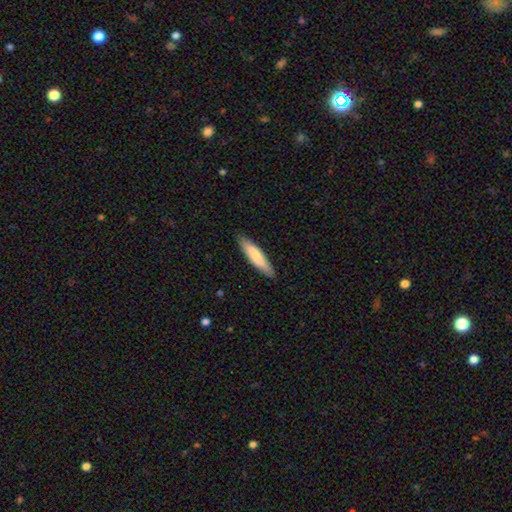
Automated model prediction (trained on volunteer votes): The model was most divided on "how rounded": cigar-shaped: 77%, in between: 22%, round: 1%. More confident: merging — none (88%); smooth or featured — smooth (76%).